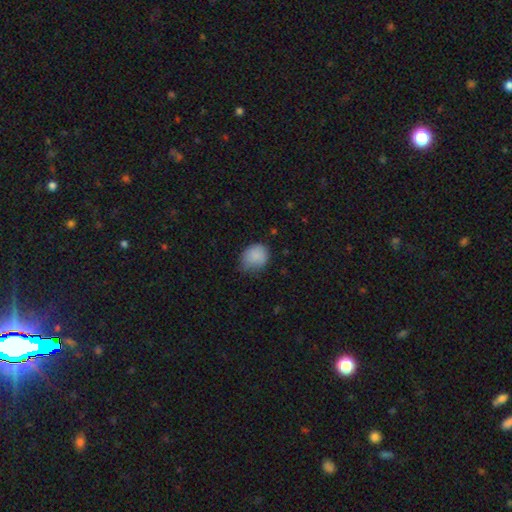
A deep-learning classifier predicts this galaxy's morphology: A smooth galaxy with no disk features (86%) that is round (61%). Merging: none (52%).